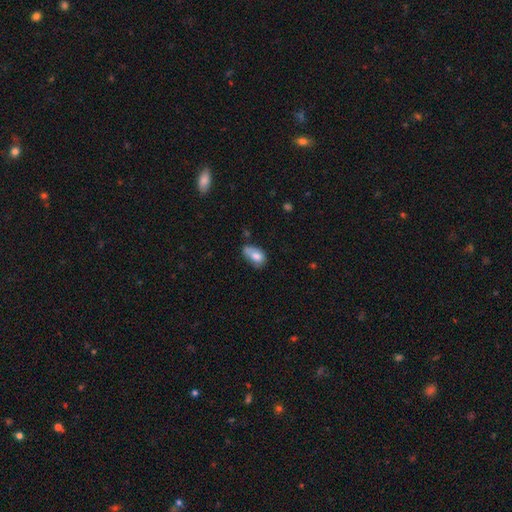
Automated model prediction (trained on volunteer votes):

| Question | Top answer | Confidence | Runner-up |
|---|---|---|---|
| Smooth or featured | smooth | 76% | featured or disk (16%) |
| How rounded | in between | 88% | round (9%) |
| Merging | minor disturbance | 39% | none (34%) |